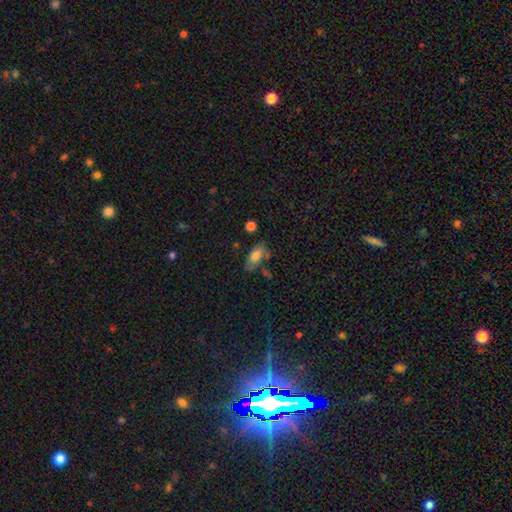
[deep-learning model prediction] This is likely a smooth galaxy (73%). How rounded: clearly in between (86%). Merging: likely none (67%).